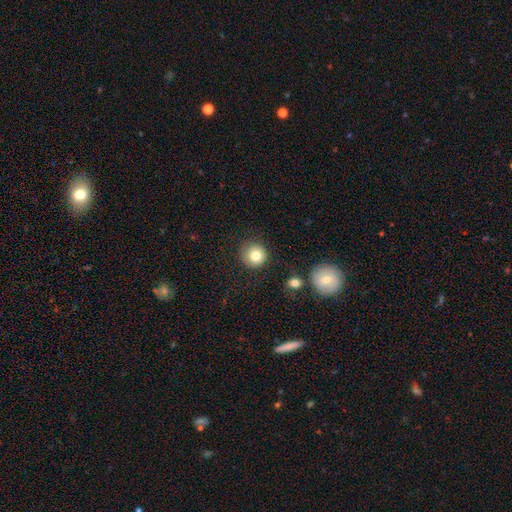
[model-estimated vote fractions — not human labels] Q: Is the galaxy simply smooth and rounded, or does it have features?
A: smooth — 81%.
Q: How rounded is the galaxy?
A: round — 93%.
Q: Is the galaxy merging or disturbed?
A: none — 84%.